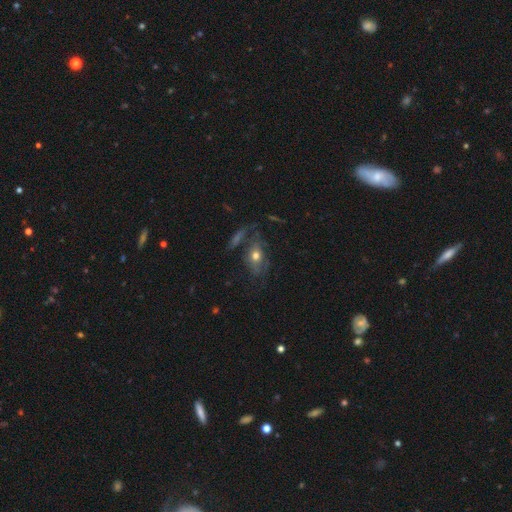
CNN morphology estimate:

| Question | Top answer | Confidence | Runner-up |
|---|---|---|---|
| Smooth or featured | featured or disk | 46% | smooth (45%) |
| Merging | none | 48% | minor disturbance (23%) |